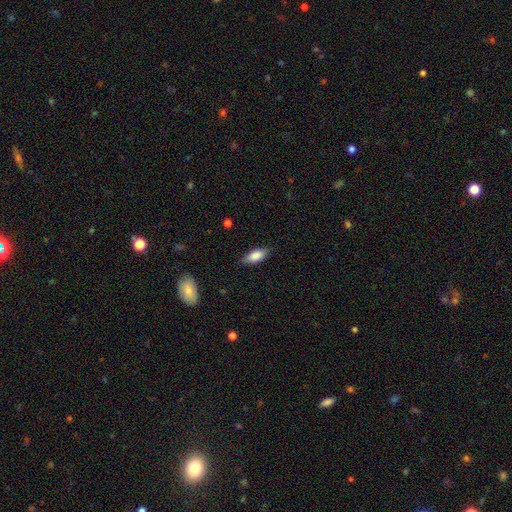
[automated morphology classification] Overall: smooth (83%). How rounded: in between (81%). Merging: none (82%).